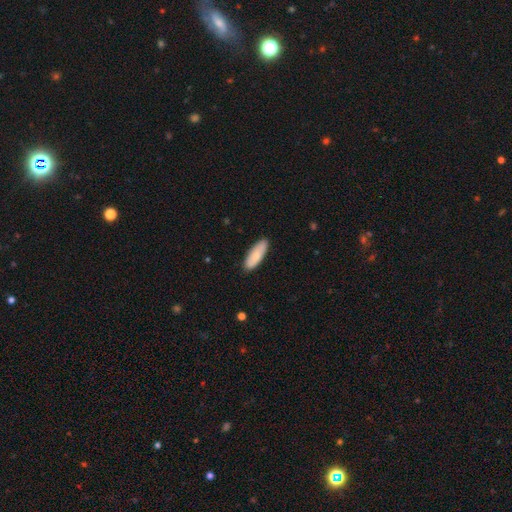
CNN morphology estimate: type=smooth (84%); roundness=in between (63%); merging=none (88%).